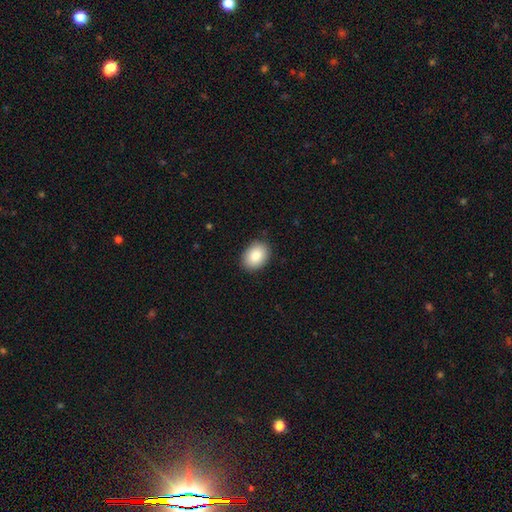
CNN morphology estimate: A smooth galaxy with no disk features (86%) that is in between round and cigar-shaped (75%). Merging: none (89%).